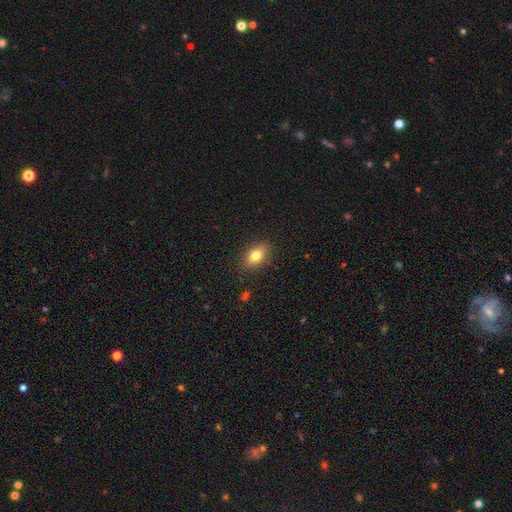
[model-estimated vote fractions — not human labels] smooth_or_featured: smooth (p=0.81) [alt: featured or disk p=0.11]
how_rounded: in between (p=0.84) [alt: round p=0.13]
merging: none (p=0.86) [alt: minor disturbance p=0.11]